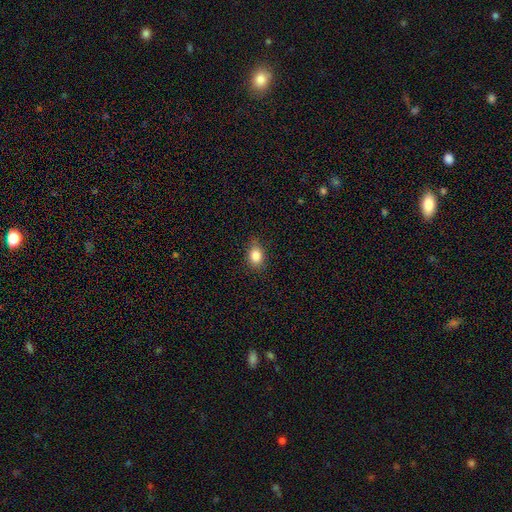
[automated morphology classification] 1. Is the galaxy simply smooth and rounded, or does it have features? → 84% smooth, 10% star or artifact, 6% featured or disk.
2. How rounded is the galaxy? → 61% in between, 38% round, 1% cigar-shaped.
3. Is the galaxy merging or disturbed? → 79% none, 17% minor disturbance, 3% major disturbance, 1% merger.